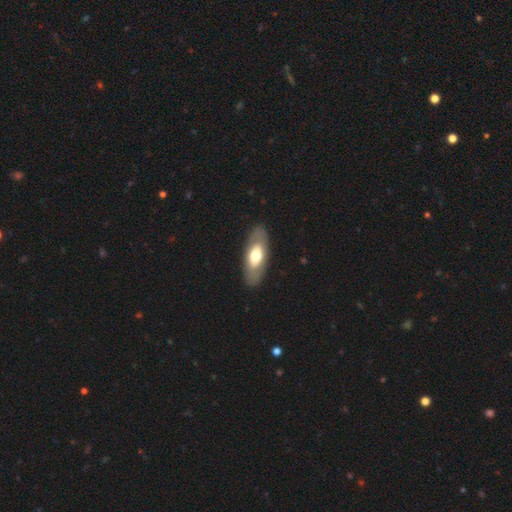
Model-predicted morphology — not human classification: Smooth or featured? Predicted: smooth (p=0.53). How rounded? Predicted: in between (p=0.80). Merging? Predicted: none (p=0.85).